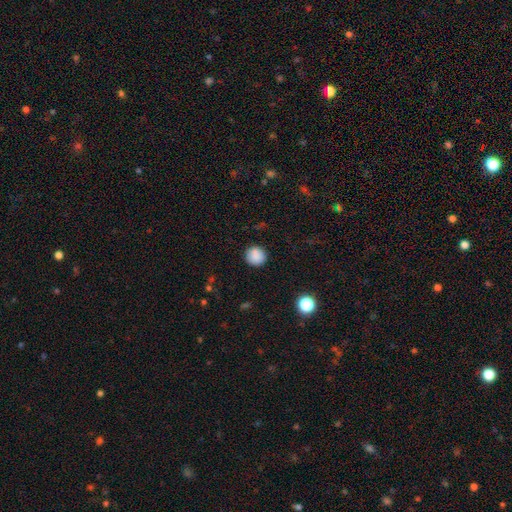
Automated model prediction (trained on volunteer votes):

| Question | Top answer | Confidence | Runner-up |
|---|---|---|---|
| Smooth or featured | smooth | 87% | star or artifact (10%) |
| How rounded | round | 93% | in between (6%) |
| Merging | none | 90% | minor disturbance (7%) |